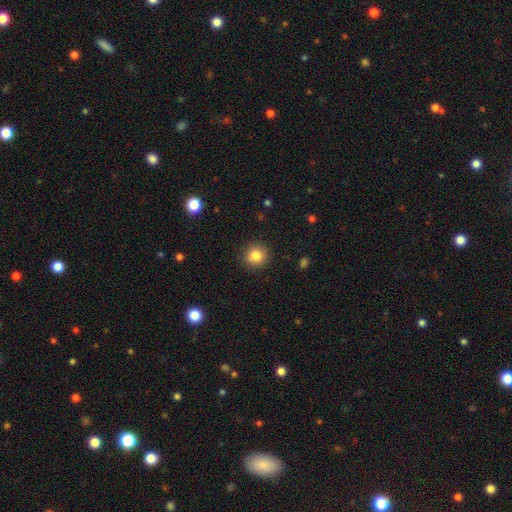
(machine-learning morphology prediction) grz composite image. It shows a smooth galaxy with no disk features (82%) that is round (92%). Merging: none (91%).